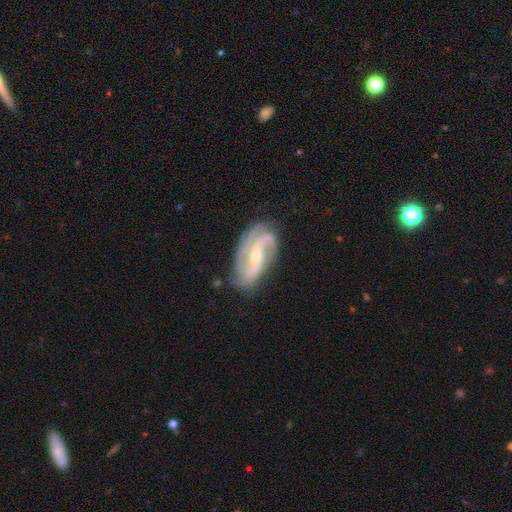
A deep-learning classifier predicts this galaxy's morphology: smooth_or_featured: featured or disk (p=0.89) [alt: smooth p=0.06]
disk_edge_on: no (p=0.96) [alt: yes p=0.04]
bar: weak (p=0.39) [alt: strong p=0.30]
has_spiral_arms: yes (p=0.97) [alt: no p=0.03]
spiral_winding: medium (p=0.45) [alt: tight p=0.35]
spiral_arm_count: 2 (p=0.45) [alt: 3 p=0.30]
bulge_size: small (p=0.61) [alt: moderate p=0.36]
merging: none (p=0.73) [alt: minor disturbance p=0.19]